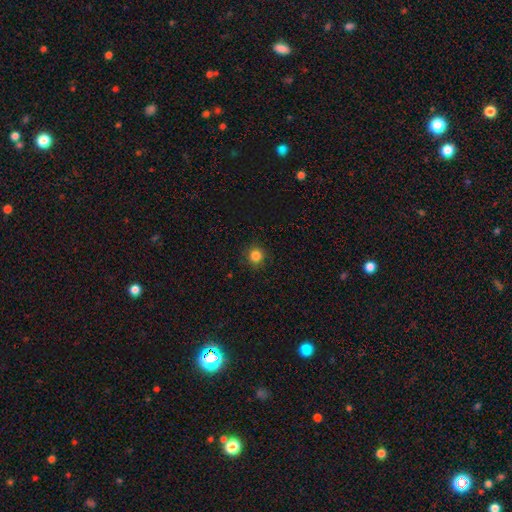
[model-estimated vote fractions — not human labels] This is clearly a smooth galaxy (84%). How rounded: clearly round (94%). Merging: clearly none (90%).